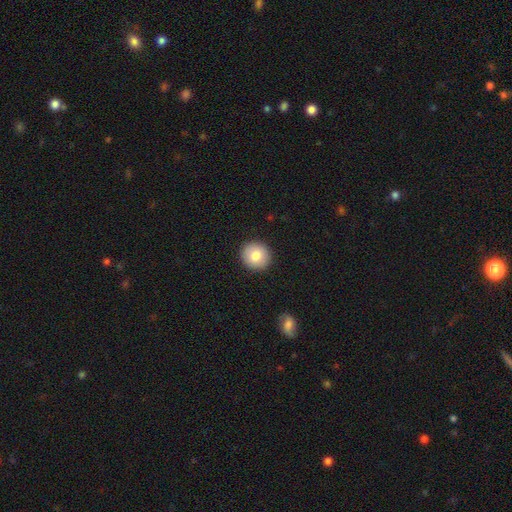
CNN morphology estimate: Smooth or featured? smooth (82%)
How rounded? round (89%)
Merging? none (92%)